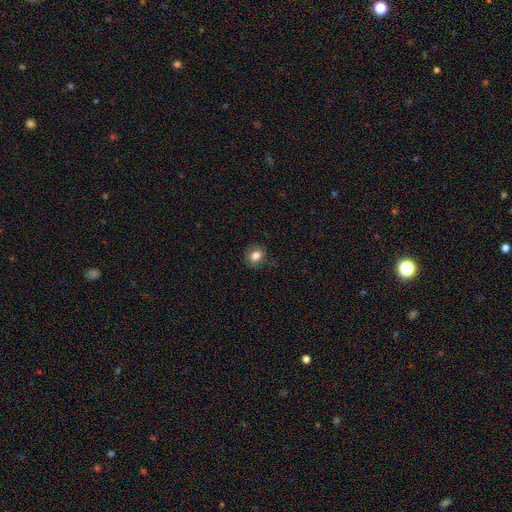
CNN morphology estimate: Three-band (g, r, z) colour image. It shows a smooth galaxy with no disk features (81%) that is round (72%). Merging: none (82%).